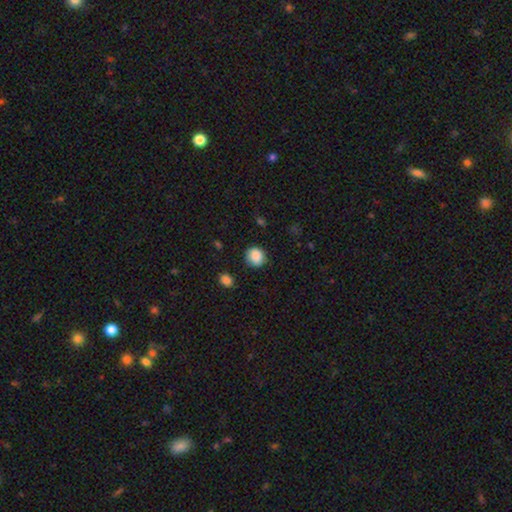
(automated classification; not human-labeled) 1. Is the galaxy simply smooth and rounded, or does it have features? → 87% smooth, 9% star or artifact, 4% featured or disk.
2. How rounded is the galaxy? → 85% round, 14% in between, 1% cigar-shaped.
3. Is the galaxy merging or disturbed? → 81% none, 14% minor disturbance, 3% major disturbance, 2% merger.